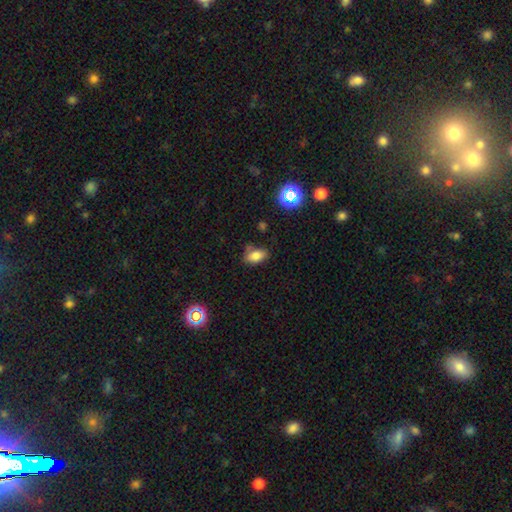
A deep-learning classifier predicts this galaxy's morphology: smooth 79%, star or artifact 13%, featured or disk 9%. Down the decision tree: how rounded — in between (88%); merging — none (66%).